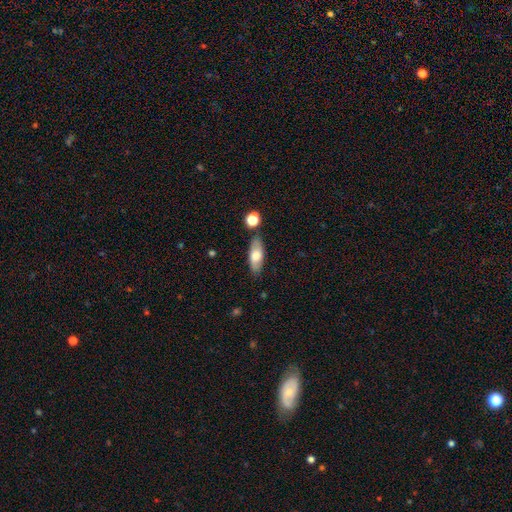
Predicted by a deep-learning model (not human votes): This appears to be a smooth galaxy with no disk features (69%) that is in between round and cigar-shaped (75%). Merging: none (79%).